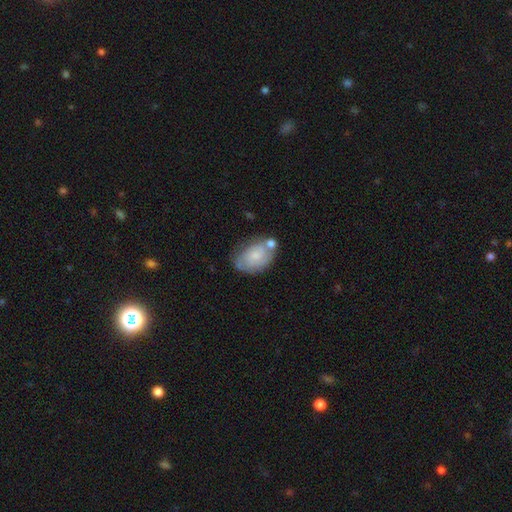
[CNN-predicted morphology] type=smooth (53%); roundness=in between (81%); merging=none (47%).